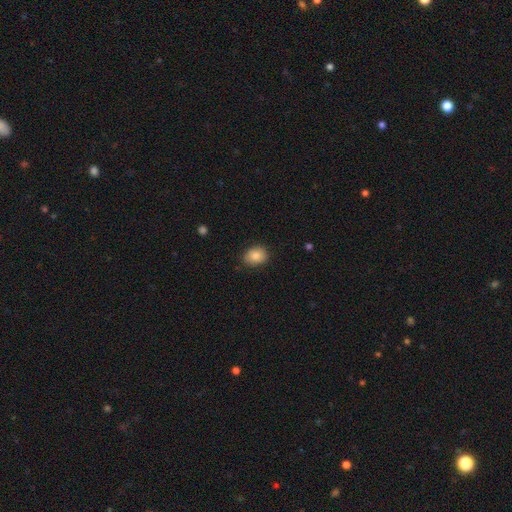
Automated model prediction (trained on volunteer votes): Smooth or featured: smooth — 85% (star or artifact — 8%)
How rounded: in between — 51% (round — 48%)
Merging: none — 84% (minor disturbance — 13%)